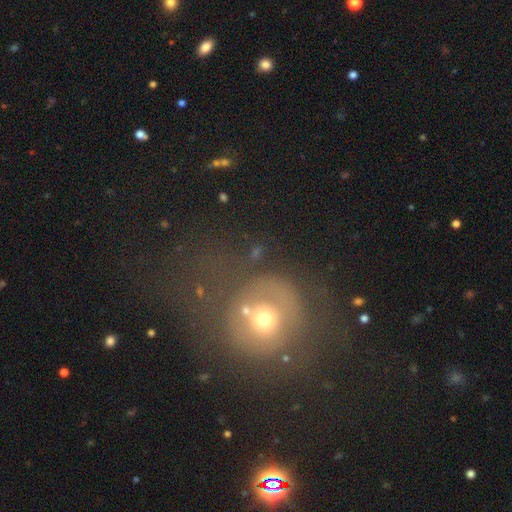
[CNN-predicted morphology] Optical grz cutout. It shows a smooth galaxy with no disk features (45%). Merging: none (43%).